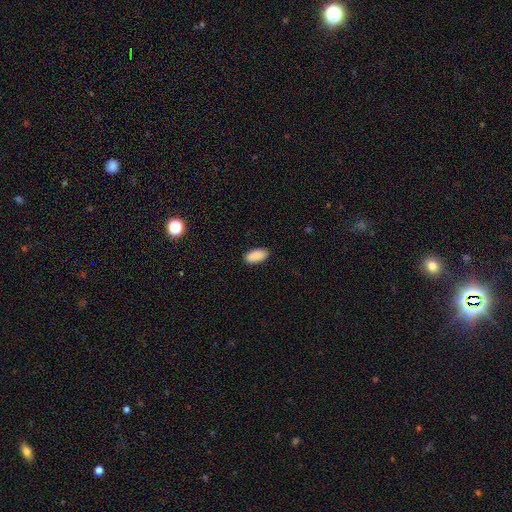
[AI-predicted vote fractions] Smooth or featured? smooth (90%)
How rounded? in between (93%)
Merging? none (89%)